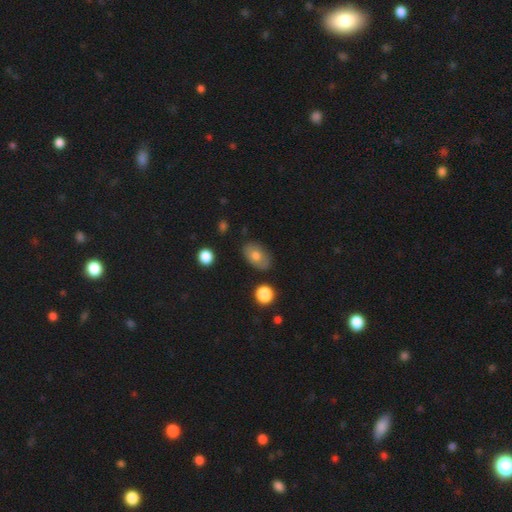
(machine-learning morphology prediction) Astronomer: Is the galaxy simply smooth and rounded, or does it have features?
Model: smooth — 70%.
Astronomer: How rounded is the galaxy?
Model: in between — 87%.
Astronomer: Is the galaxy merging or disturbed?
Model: none — 80%.